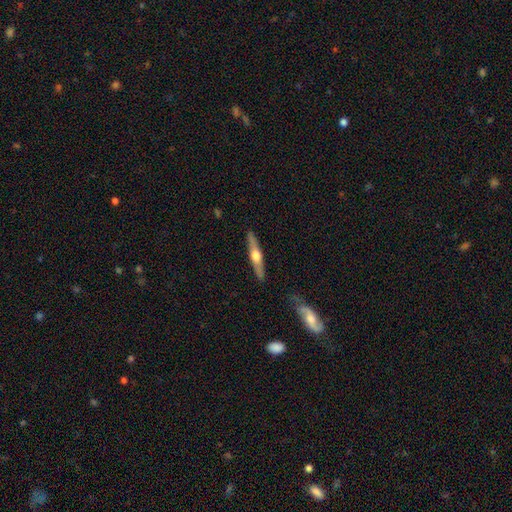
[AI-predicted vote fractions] This appears to be a featured or disk galaxy (64%) viewed edge-on (96%) with a rounded central bulge (94%). Merging: none (90%).